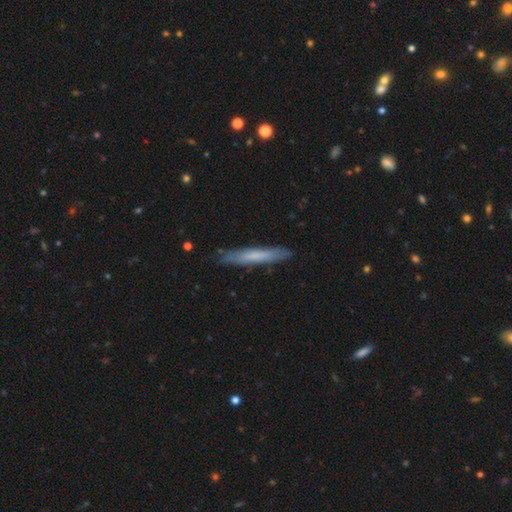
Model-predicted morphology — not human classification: A smooth galaxy with no disk features (57%) that is cigar-shaped (95%).

Vote fractions:
- Smooth or featured? smooth: 57% / featured or disk: 36% / star or artifact: 7%
- How rounded? cigar-shaped: 95% / in between: 4% / round: 1%
- Merging? none: 86% / minor disturbance: 11% / major disturbance: 2% / merger: 1%